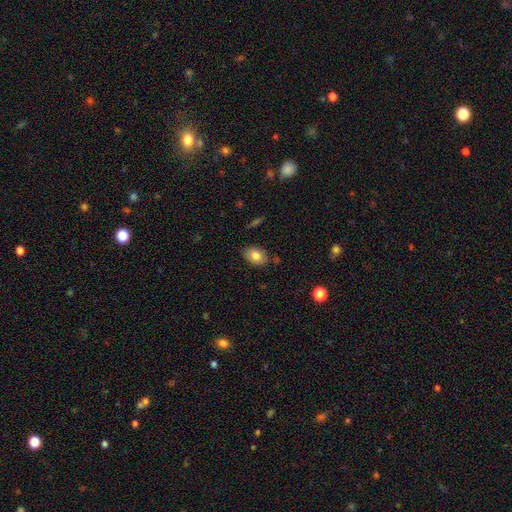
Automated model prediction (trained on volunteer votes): Smooth or featured? Predicted: smooth (p=0.79). How rounded? Predicted: in between (p=0.83). Merging? Predicted: none (p=0.81).